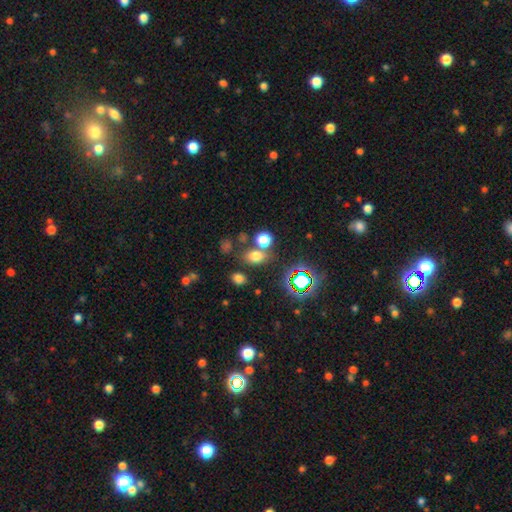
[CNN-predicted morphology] Smooth or featured?
  - smooth: 68% *
  - star or artifact: 23%
  - featured or disk: 9%
How rounded?
  - in between: 64% *
  - round: 34%
  - cigar-shaped: 2%
Merging?
  - none: 67% *
  - merger: 17%
  - minor disturbance: 11%
  - major disturbance: 5%